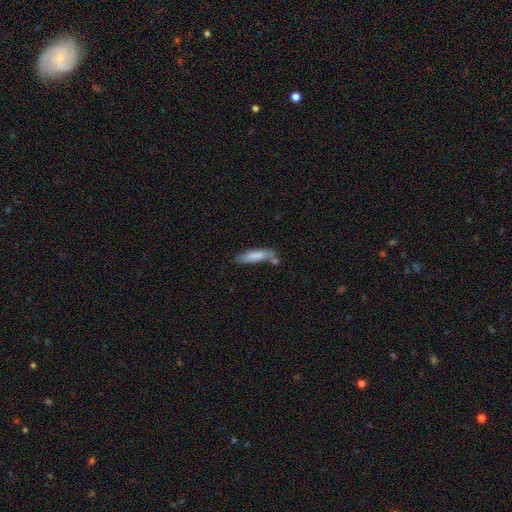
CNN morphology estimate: Smooth or featured: smooth — 79% (featured or disk — 15%)
How rounded: cigar-shaped — 72% (in between — 27%)
Merging: none — 58% (minor disturbance — 21%)